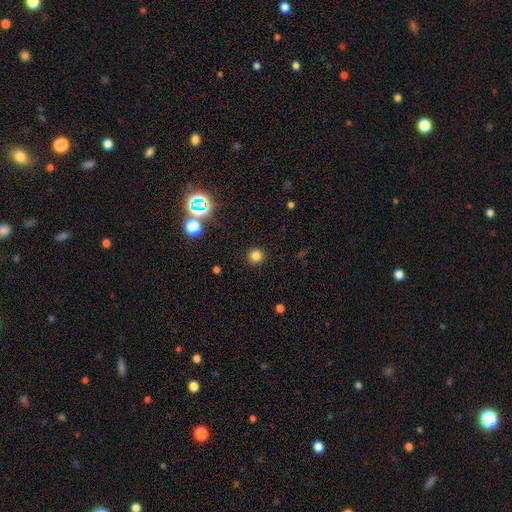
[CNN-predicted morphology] Smooth or featured: smooth — 81% (star or artifact — 15%)
How rounded: round — 95% (in between — 4%)
Merging: none — 92% (minor disturbance — 5%)